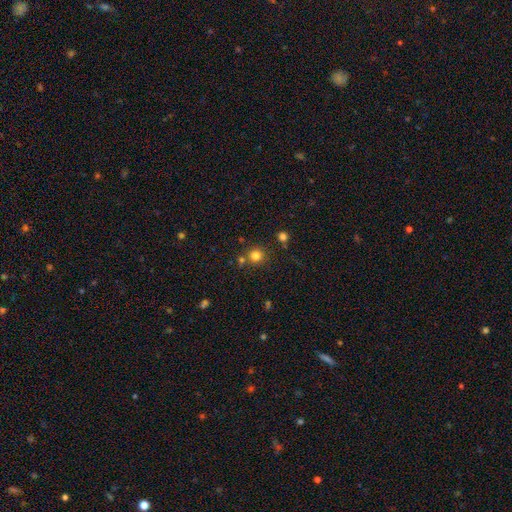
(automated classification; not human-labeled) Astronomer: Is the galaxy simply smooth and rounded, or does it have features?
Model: smooth — 79%.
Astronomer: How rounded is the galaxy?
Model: round — 93%.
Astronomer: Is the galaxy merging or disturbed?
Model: none — 78%.